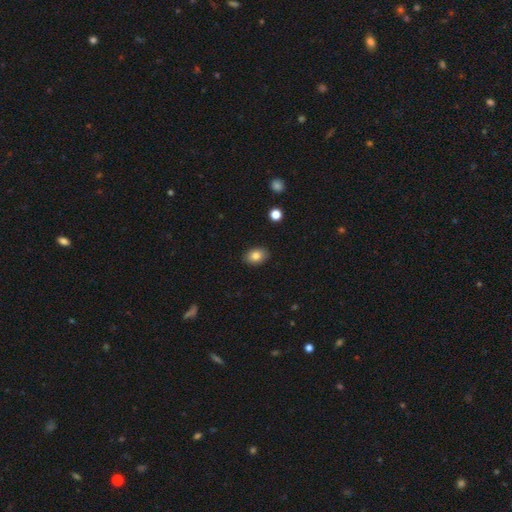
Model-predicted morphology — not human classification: smooth_or_featured: smooth (p=0.83) [alt: star or artifact p=0.09]
how_rounded: in between (p=0.79) [alt: round p=0.20]
merging: none (p=0.88) [alt: minor disturbance p=0.09]